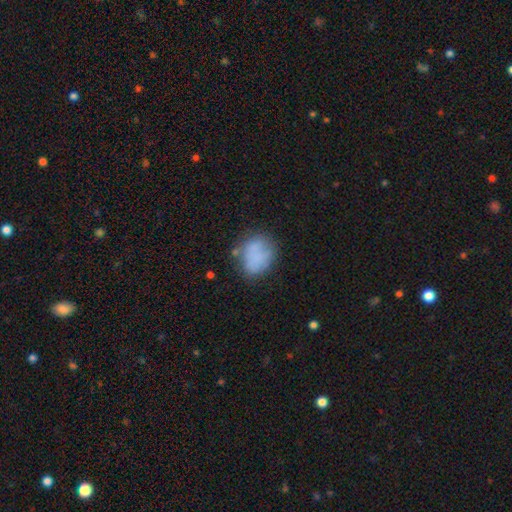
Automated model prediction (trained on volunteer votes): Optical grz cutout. It shows a smooth galaxy with no disk features (74%) that is in between round and cigar-shaped (51%). Merging: none (55%).